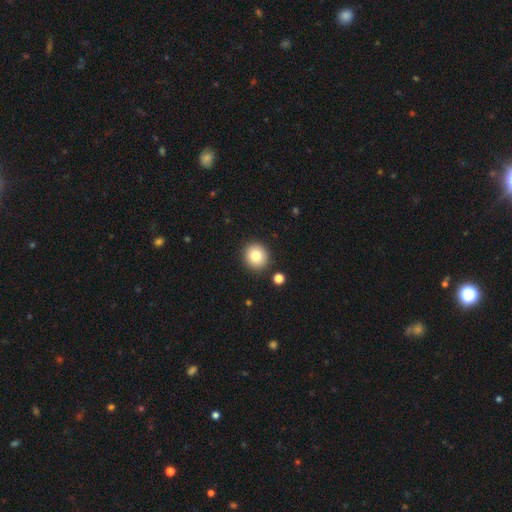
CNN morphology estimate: A smooth galaxy with no disk features (80%) that is round (91%). Merging: none (89%).